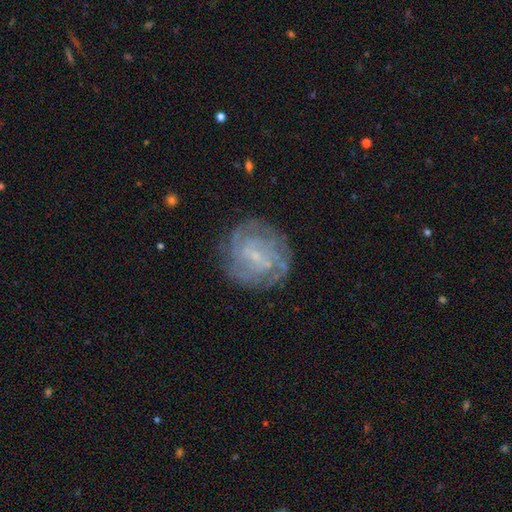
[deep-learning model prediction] A featured or disk galaxy (74%) with a weak bar (48%), tight (64%) spiral arms (88%) and a small central bulge (73%). Merging: none (80%).